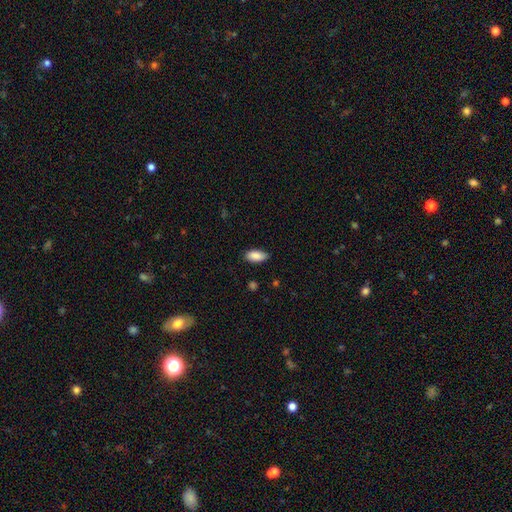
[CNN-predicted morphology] Smooth or featured? Predicted: smooth (p=0.89). How rounded? Predicted: in between (p=0.91). Merging? Predicted: none (p=0.83).